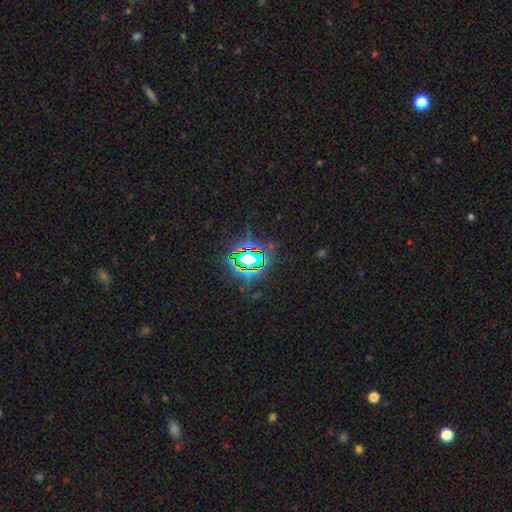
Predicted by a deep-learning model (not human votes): This is clearly a star or artifact rather than a galaxy (81%).